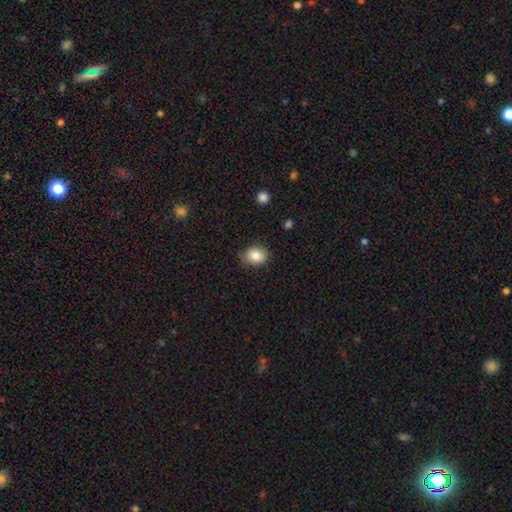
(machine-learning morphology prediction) smooth_or_featured: smooth (p=0.82) [alt: star or artifact p=0.09]
how_rounded: round (p=0.64) [alt: in between p=0.35]
merging: none (p=0.77) [alt: minor disturbance p=0.19]